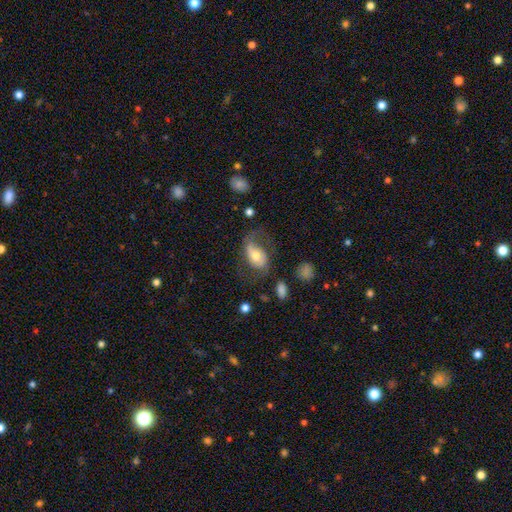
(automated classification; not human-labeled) Smooth or featured? Predicted: featured or disk (p=0.54). Edge-on disk? Predicted: no (p=0.95). Bar? Predicted: no (p=0.55). Spiral arms? Predicted: yes (p=0.77). Bulge size? Predicted: moderate (p=0.61). Merging? Predicted: none (p=0.45).